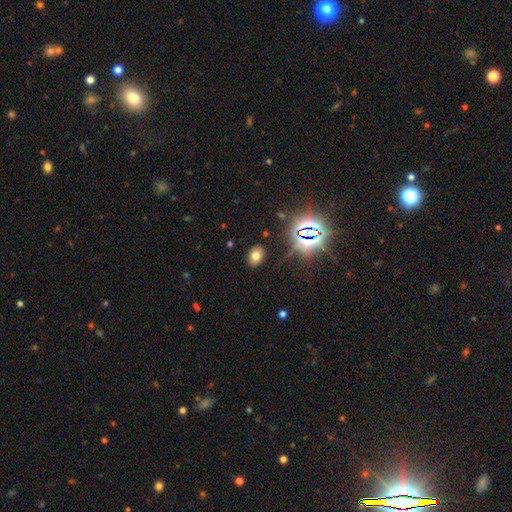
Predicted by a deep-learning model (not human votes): Smooth or featured? Predicted: smooth (p=0.67). How rounded? Predicted: in between (p=0.77). Merging? Predicted: none (p=0.87).